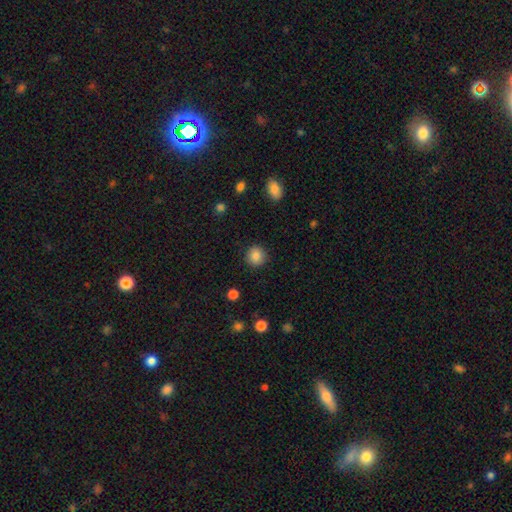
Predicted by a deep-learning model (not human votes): smooth_or_featured: smooth (p=0.86) [alt: star or artifact p=0.09]
how_rounded: round (p=0.92) [alt: in between p=0.07]
merging: none (p=0.91) [alt: minor disturbance p=0.06]